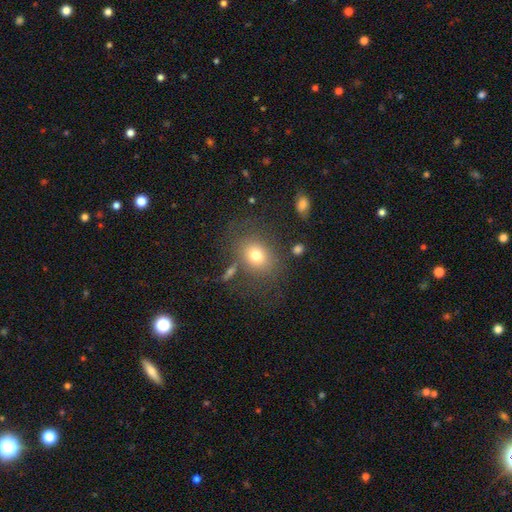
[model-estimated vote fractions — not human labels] Morphology: type=smooth (73%); roundness=round (53%); merging=none (72%).